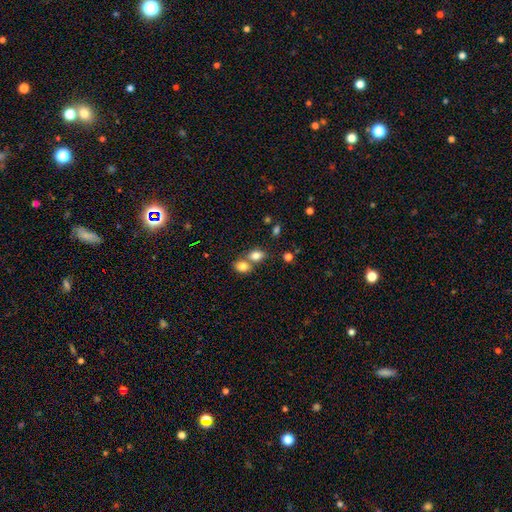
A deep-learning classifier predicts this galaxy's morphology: type=smooth (81%); roundness=in between (68%); merging=merger (47%).